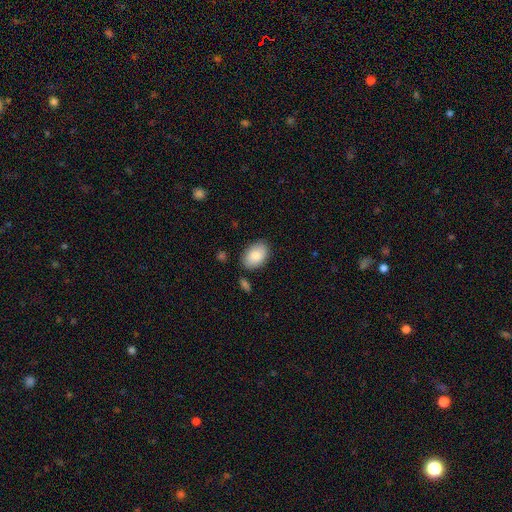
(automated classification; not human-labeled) Smooth or featured?
  - smooth: 86% *
  - featured or disk: 8%
  - star or artifact: 6%
How rounded?
  - in between: 87% *
  - round: 12%
  - cigar-shaped: 1%
Merging?
  - none: 82% *
  - minor disturbance: 12%
  - merger: 3%
  - major disturbance: 3%